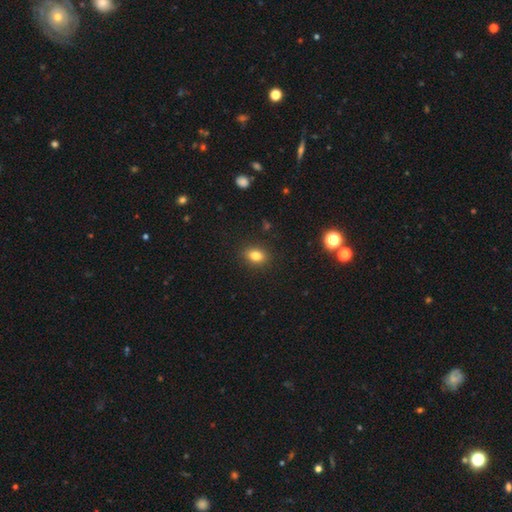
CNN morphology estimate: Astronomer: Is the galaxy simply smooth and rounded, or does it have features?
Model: smooth — 81%.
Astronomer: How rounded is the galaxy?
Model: in between — 68%.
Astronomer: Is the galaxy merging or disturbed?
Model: none — 89%.